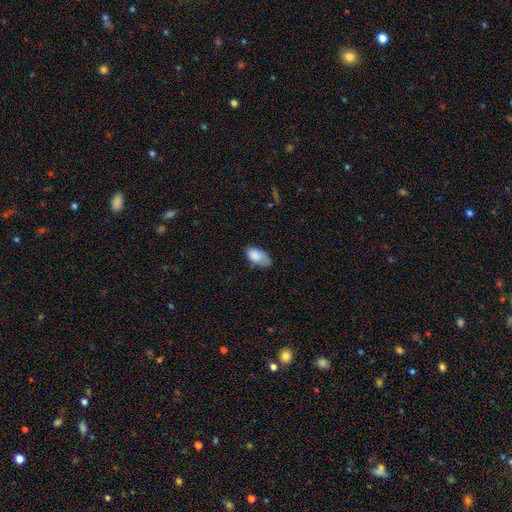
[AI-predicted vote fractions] Smooth or featured: smooth — 82% (featured or disk — 10%)
How rounded: in between — 94% (round — 3%)
Merging: none — 46% (minor disturbance — 37%)